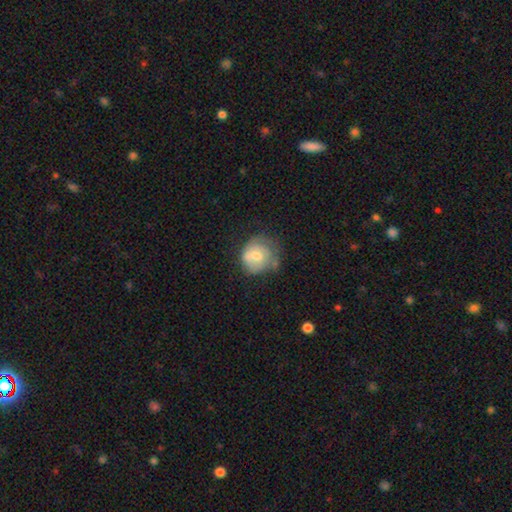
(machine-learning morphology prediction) Q: Smooth or featured?
A: smooth (57%); runner-up: featured or disk (35%)
Q: How rounded?
A: round (79%); runner-up: in between (21%)
Q: Merging?
A: none (42%); runner-up: minor disturbance (32%)